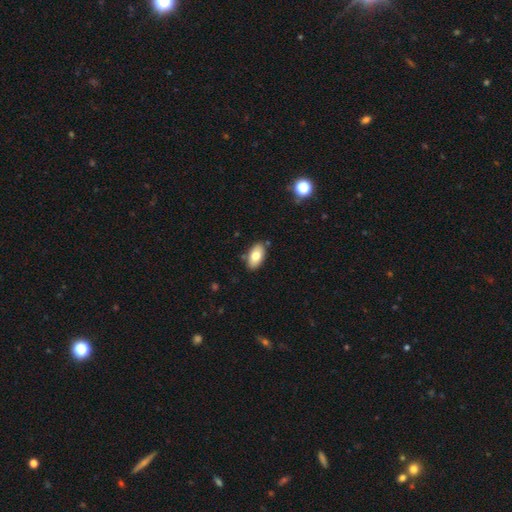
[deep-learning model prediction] A smooth galaxy with no disk features (78%) that is in between round and cigar-shaped (93%).

Vote fractions:
- Smooth or featured? smooth: 78% / featured or disk: 15% / star or artifact: 7%
- How rounded? in between: 93% / round: 4% / cigar-shaped: 2%
- Merging? none: 83% / minor disturbance: 11% / merger: 3% / major disturbance: 2%